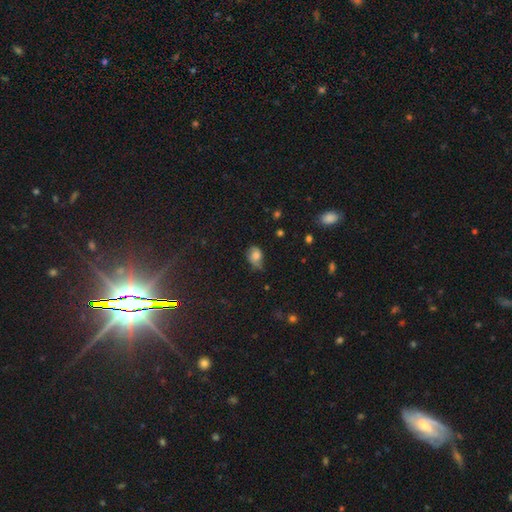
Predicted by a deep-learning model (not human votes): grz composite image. It shows a smooth galaxy with no disk features (72%) that is in between round and cigar-shaped (67%). Merging: minor disturbance (44%).